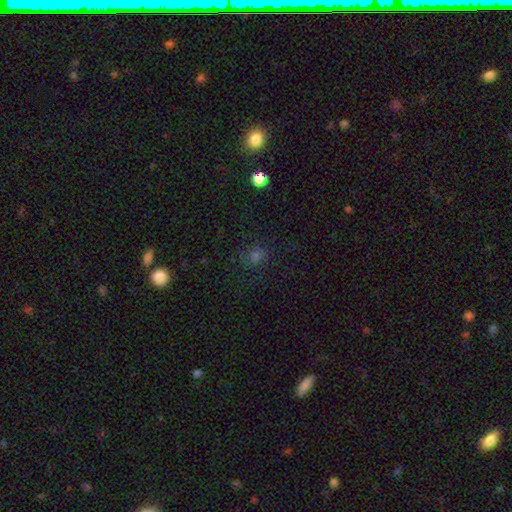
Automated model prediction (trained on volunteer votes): Smooth or featured: smooth — 61% (star or artifact — 31%)
How rounded: round — 76% (in between — 22%)
Merging: none — 82% (minor disturbance — 11%)